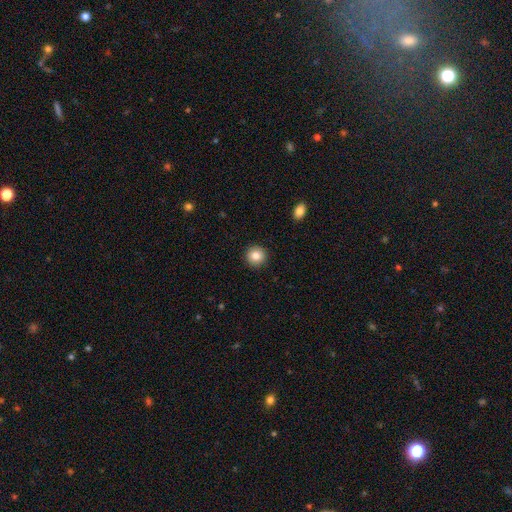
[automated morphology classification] smooth-or-featured: smooth: 84% | star or artifact: 9% | featured or disk: 7%
  how-rounded: round: 94% | in between: 5% | cigar-shaped: 1%
  merging: none: 93% | minor disturbance: 5% | major disturbance: 2% | merger: 1%